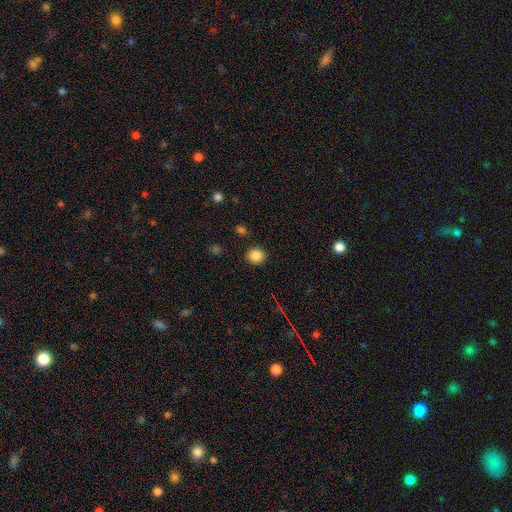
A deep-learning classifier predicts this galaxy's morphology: Overall: smooth (85%). How rounded: round (82%). Merging: none (90%).